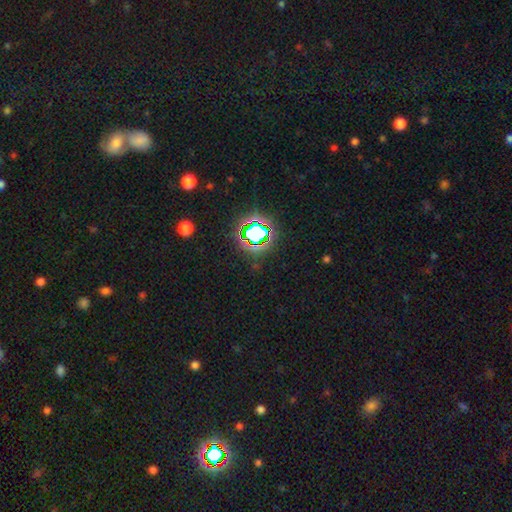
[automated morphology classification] This appears to be a star or artifact, not a galaxy (77%).